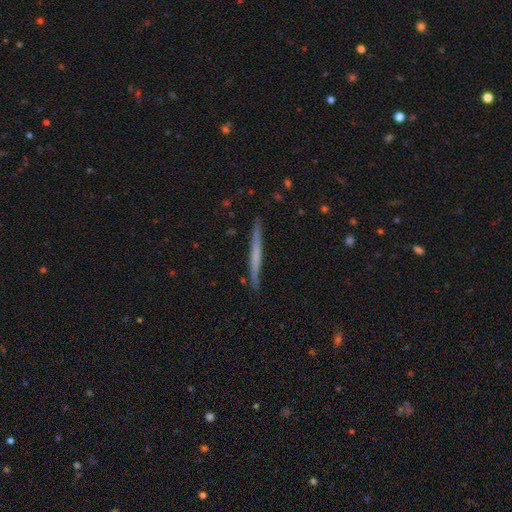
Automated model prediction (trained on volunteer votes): Q: Smooth or featured?
A: featured or disk (49%); runner-up: smooth (45%)
Q: Merging?
A: none (90%); runner-up: minor disturbance (7%)